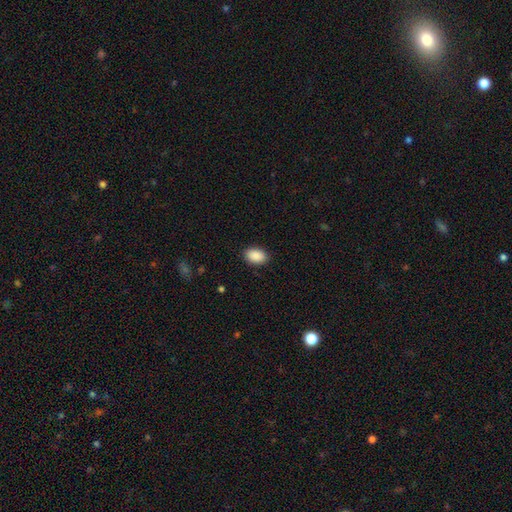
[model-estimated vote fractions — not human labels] Morphology: type=smooth (90%); roundness=in between (88%); merging=none (89%).